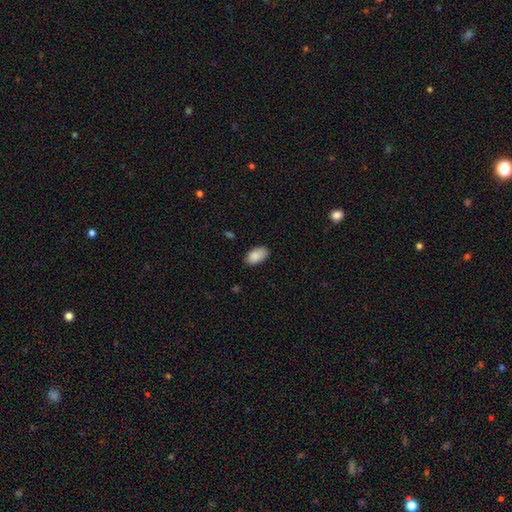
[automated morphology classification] A smooth galaxy with no disk features (89%) that is in between round and cigar-shaped (95%).

Vote fractions:
- Smooth or featured? smooth: 89% / star or artifact: 7% / featured or disk: 4%
- How rounded? in between: 95% / round: 3% / cigar-shaped: 2%
- Merging? none: 84% / minor disturbance: 13% / major disturbance: 2% / merger: 1%